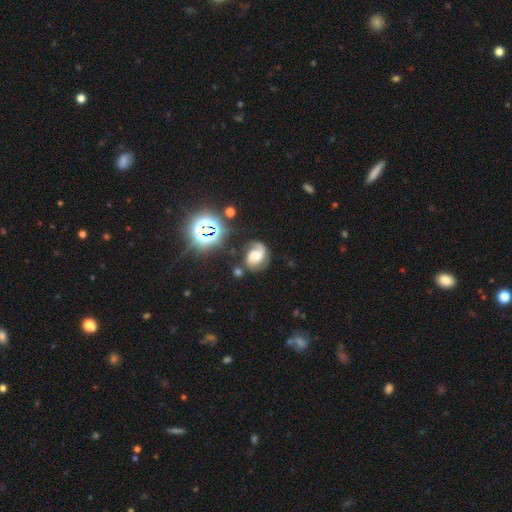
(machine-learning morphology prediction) Smooth or featured: featured or disk — 71% (smooth — 17%)
Edge-on disk: no — 98% (yes — 2%)
Bar: no — 51% (weak — 38%)
Spiral arms: yes — 94% (no — 6%)
Spiral winding: medium — 47% (loose — 28%)
Spiral arm count: 2 — 77% (1 — 13%)
Bulge size: moderate — 47% (large — 20%)
Merging: none — 63% (minor disturbance — 21%)